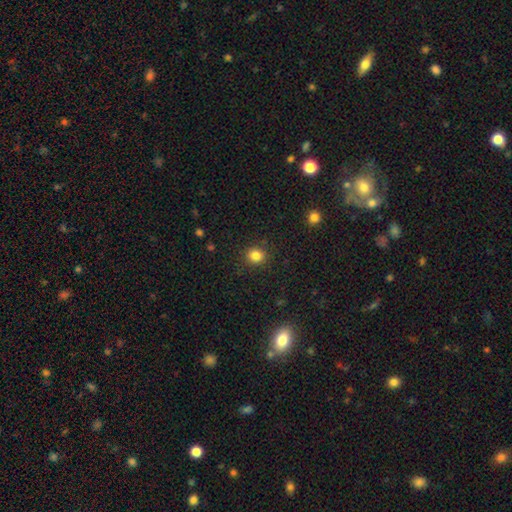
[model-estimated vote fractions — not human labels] This is clearly a smooth galaxy (83%). How rounded: clearly round (83%). Merging: clearly none (88%).